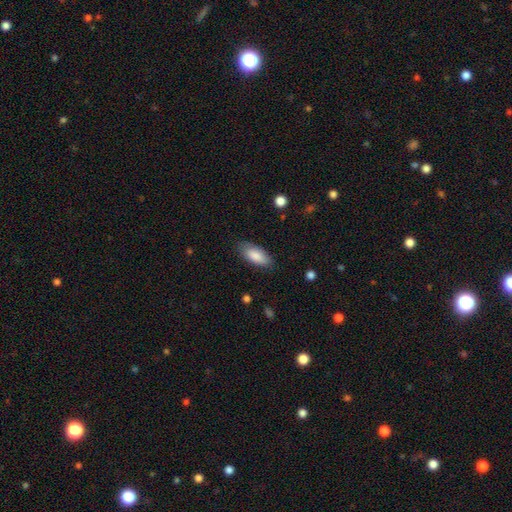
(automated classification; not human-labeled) Smooth or featured? smooth (85%)
How rounded? in between (85%)
Merging? none (81%)